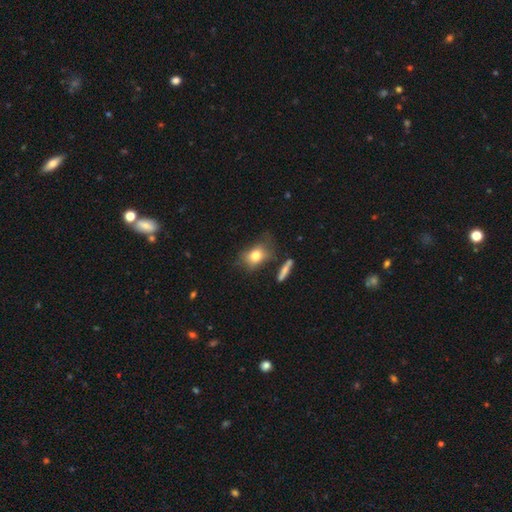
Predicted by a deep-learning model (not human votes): This is likely a smooth galaxy (76%). How rounded: likely in between (64%). Merging: possibly none (54%).